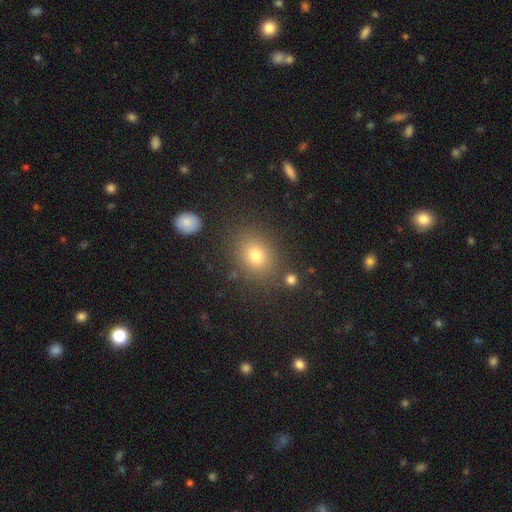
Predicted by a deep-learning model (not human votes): This is likely a smooth galaxy (74%). How rounded: possibly round (53%). Merging: clearly none (84%).